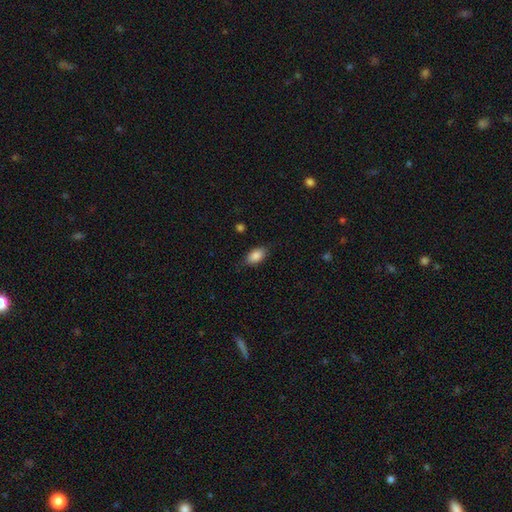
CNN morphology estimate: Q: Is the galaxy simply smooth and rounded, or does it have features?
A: smooth — 86%.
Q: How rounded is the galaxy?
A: in between — 91%.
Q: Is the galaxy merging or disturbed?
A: none — 81%.